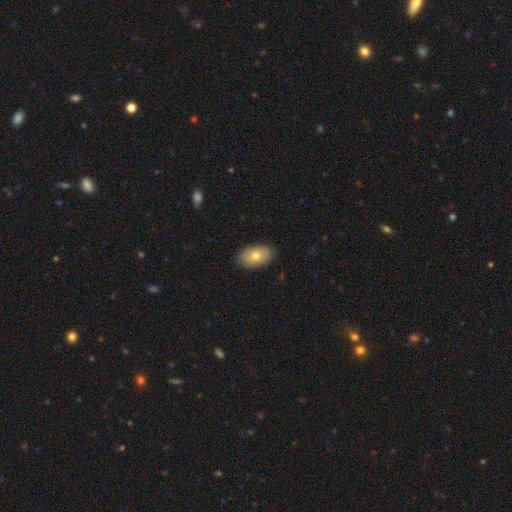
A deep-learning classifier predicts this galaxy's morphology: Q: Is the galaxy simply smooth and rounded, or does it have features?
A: smooth — 73%.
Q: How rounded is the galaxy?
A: in between — 93%.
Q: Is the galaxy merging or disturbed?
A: none — 87%.